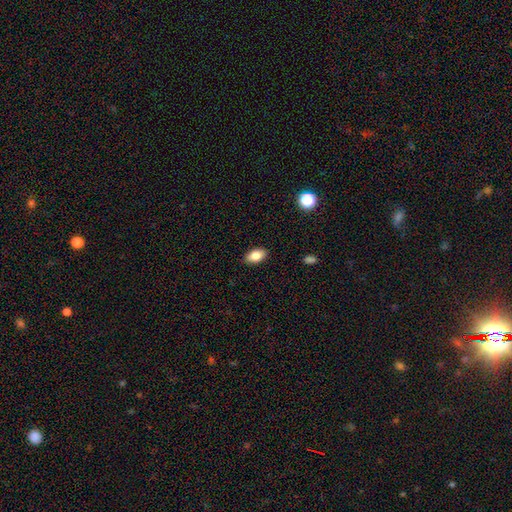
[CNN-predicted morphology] Smooth or featured: smooth — 83% (featured or disk — 9%)
How rounded: in between — 91% (round — 7%)
Merging: none — 89% (minor disturbance — 8%)